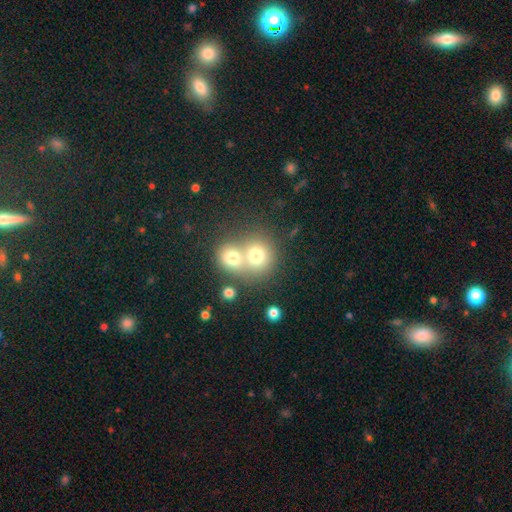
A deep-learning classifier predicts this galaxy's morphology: The model was most divided on "merging": merger: 60%, none: 31%, minor disturbance: 6%, major disturbance: 3%. More confident: how rounded — round (80%); smooth or featured — smooth (72%).